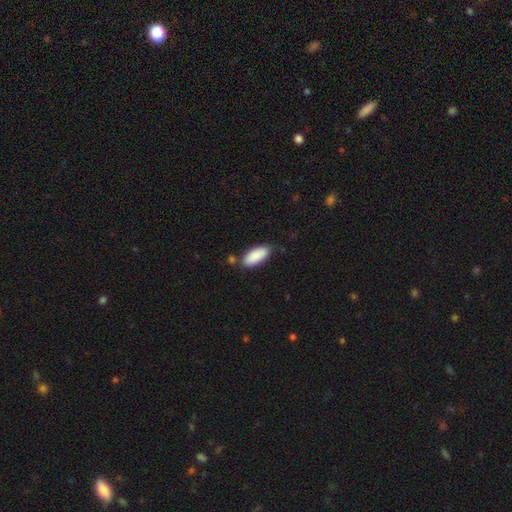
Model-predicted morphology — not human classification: A smooth galaxy with no disk features (90%) that is in between round and cigar-shaped (84%). Merging: none (78%).